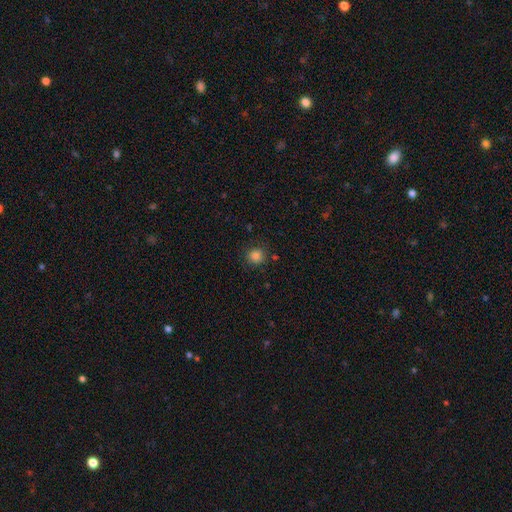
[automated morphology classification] Overall: smooth (83%). How rounded: round (91%). Merging: none (86%).